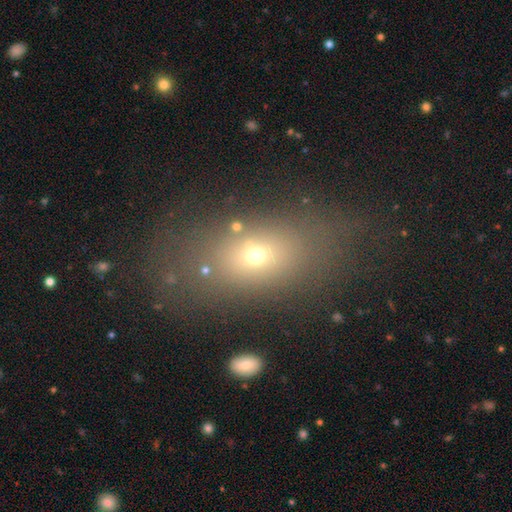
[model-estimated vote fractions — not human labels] smooth-or-featured: smooth: 62% | featured or disk: 19% | star or artifact: 19%
  how-rounded: in between: 72% | round: 22% | cigar-shaped: 7%
  merging: none: 72% | minor disturbance: 13% | major disturbance: 10% | merger: 5%